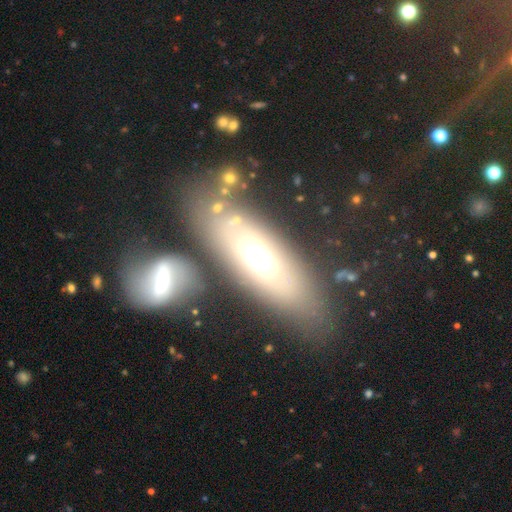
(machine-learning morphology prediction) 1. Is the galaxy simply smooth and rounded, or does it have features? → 54% smooth, 34% featured or disk, 12% star or artifact.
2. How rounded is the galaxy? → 68% in between, 26% cigar-shaped, 7% round.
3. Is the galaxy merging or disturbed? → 67% none, 14% merger, 12% minor disturbance, 7% major disturbance.